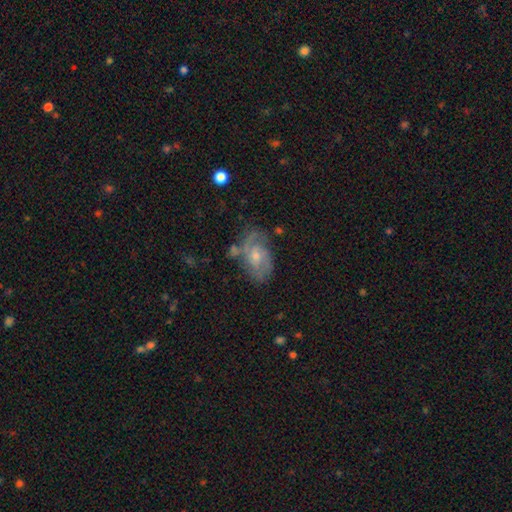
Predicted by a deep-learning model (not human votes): Smooth or featured? Predicted: featured or disk (p=0.72). Edge-on disk? Predicted: no (p=0.96). Bar? Predicted: no (p=0.60). Spiral arms? Predicted: yes (p=0.89). Spiral winding? Predicted: medium (p=0.45). Spiral arm count? Predicted: 2 (p=0.59). Bulge size? Predicted: small (p=0.50). Merging? Predicted: none (p=0.62).